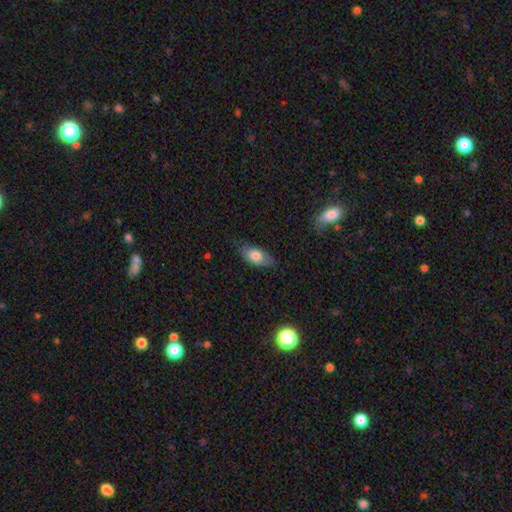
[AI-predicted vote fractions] A smooth galaxy with no disk features (74%) that is in between round and cigar-shaped (88%). Merging: none (70%).